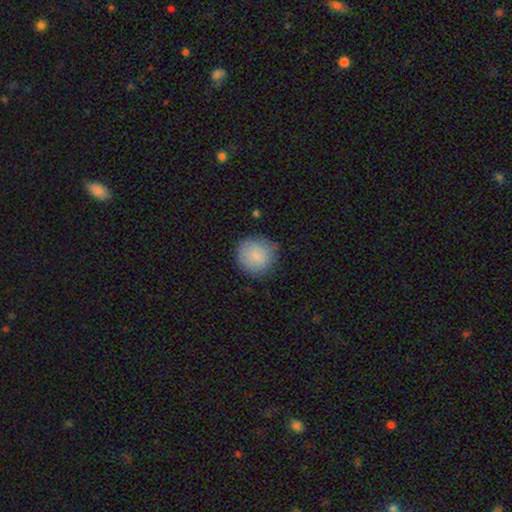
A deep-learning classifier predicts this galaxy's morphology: smooth-or-featured: smooth: 85% | featured or disk: 8% | star or artifact: 7%
  how-rounded: round: 90% | in between: 10% | cigar-shaped: 1%
  merging: none: 76% | minor disturbance: 18% | major disturbance: 5% | merger: 1%